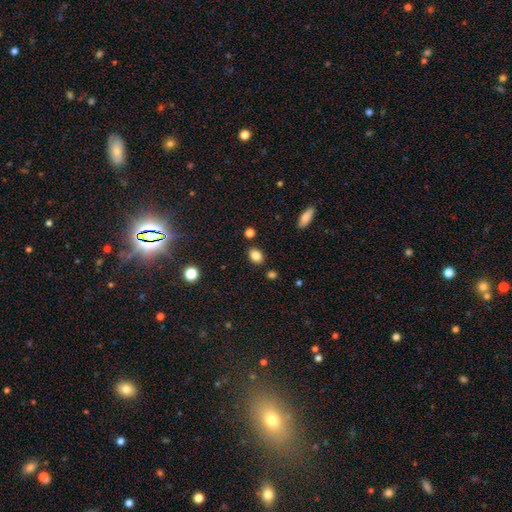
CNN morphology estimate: The model was most divided on "how rounded": in between: 69%, round: 29%, cigar-shaped: 1%. More confident: smooth or featured — smooth (84%); merging — none (84%).